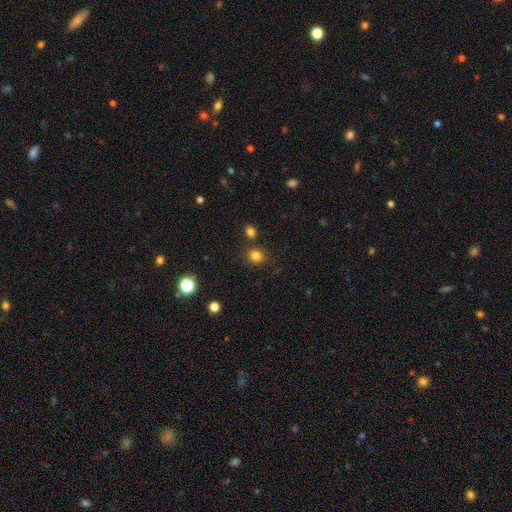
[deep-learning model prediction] Morphology: type=smooth (81%); roundness=round (79%); merging=none (79%).